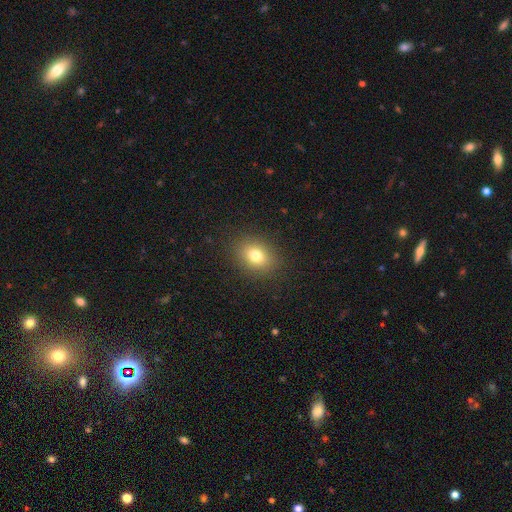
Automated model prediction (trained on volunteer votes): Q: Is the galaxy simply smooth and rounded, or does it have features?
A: smooth — 78%.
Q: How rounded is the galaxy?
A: in between — 54%.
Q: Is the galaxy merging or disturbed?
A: none — 88%.